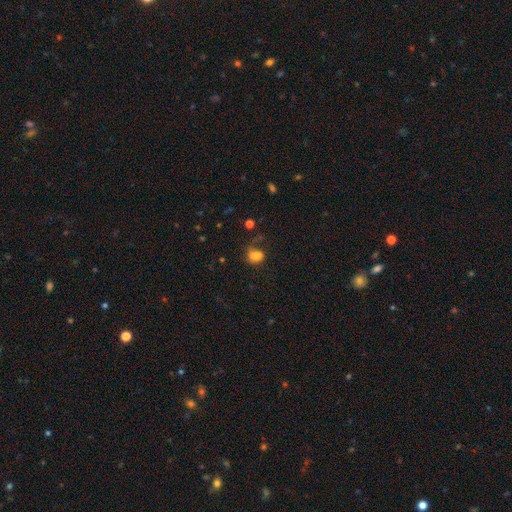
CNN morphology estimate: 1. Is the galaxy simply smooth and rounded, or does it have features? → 72% smooth, 15% star or artifact, 13% featured or disk.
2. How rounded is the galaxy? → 65% in between, 33% round, 2% cigar-shaped.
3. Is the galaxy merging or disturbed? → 37% none, 29% merger, 19% minor disturbance, 15% major disturbance.